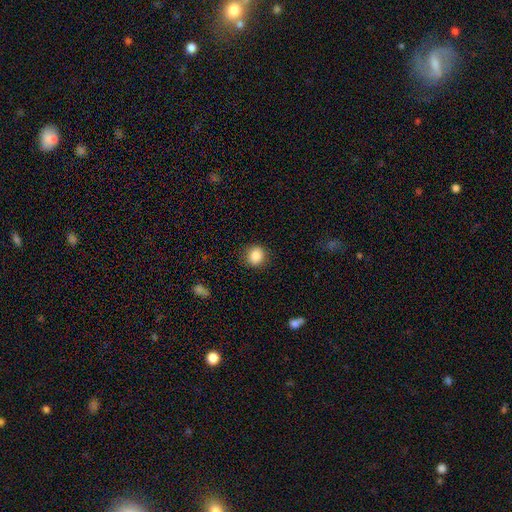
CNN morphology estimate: smooth-or-featured: smooth: 86% | star or artifact: 9% | featured or disk: 5%
  how-rounded: round: 81% | in between: 18% | cigar-shaped: 1%
  merging: none: 89% | minor disturbance: 8% | major disturbance: 2% | merger: 1%